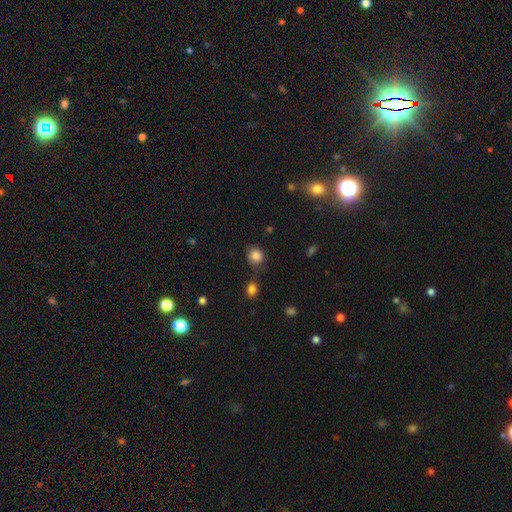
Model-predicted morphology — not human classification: Smooth or featured: smooth — 84% (star or artifact — 10%)
How rounded: round — 73% (in between — 26%)
Merging: none — 66% (minor disturbance — 20%)